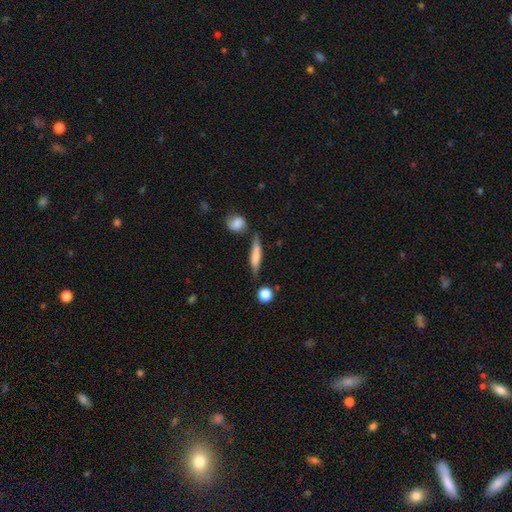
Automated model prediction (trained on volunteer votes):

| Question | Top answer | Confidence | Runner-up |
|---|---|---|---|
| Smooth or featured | smooth | 58% | featured or disk (35%) |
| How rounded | cigar-shaped | 79% | in between (17%) |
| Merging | none | 70% | minor disturbance (18%) |